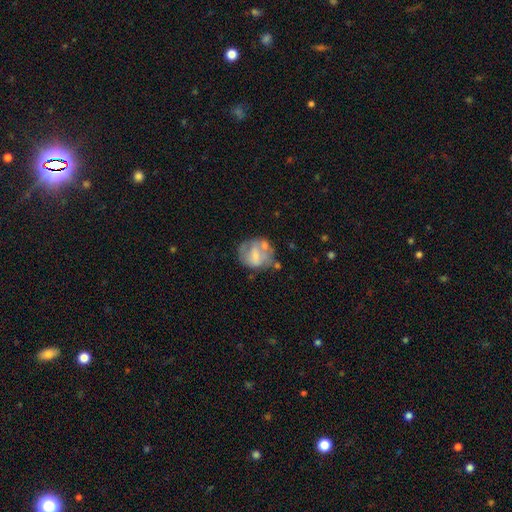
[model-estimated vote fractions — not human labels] A featured or disk galaxy (48%).

Vote fractions:
- Smooth or featured? featured or disk: 48% / smooth: 44% / star or artifact: 8%
- Merging? none: 45% / minor disturbance: 25% / major disturbance: 16% / merger: 14%